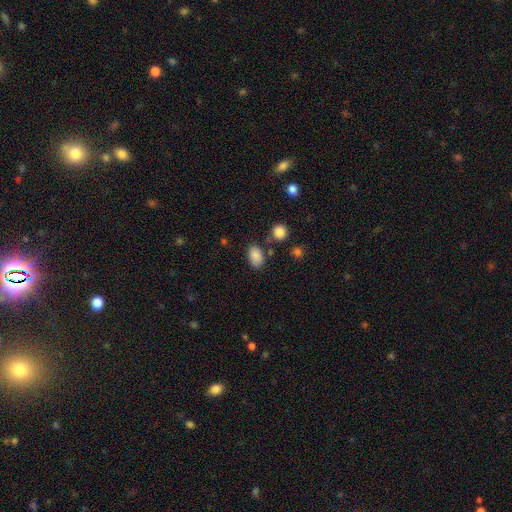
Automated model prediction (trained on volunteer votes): smooth_or_featured: smooth (p=0.86) [alt: star or artifact p=0.09]
how_rounded: in between (p=0.87) [alt: round p=0.11]
merging: none (p=0.75) [alt: minor disturbance p=0.15]